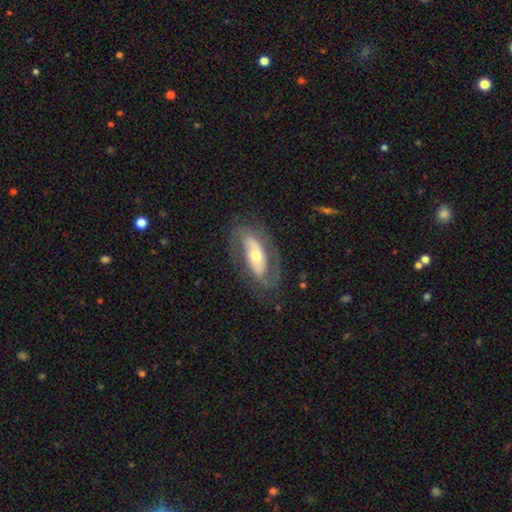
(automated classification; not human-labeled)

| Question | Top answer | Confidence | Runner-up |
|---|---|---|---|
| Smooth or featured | featured or disk | 79% | smooth (16%) |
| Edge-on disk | no | 91% | yes (9%) |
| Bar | no | 40% | strong (35%) |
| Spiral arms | yes | 86% | no (14%) |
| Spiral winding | medium | 43% | tight (35%) |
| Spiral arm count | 2 | 82% | can't tell (8%) |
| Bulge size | moderate | 59% | small (30%) |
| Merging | none | 74% | minor disturbance (15%) |